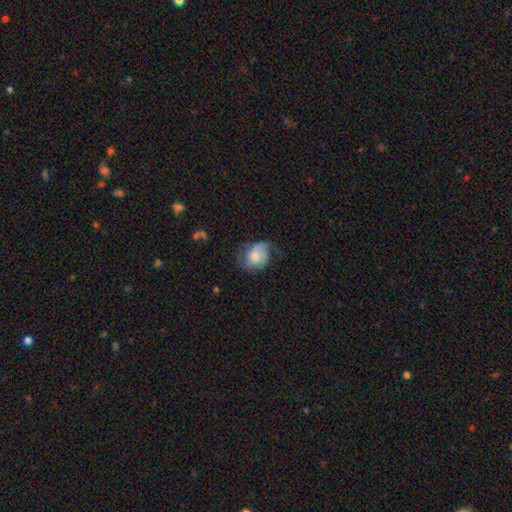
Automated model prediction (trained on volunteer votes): Overall: smooth (50%; featured or disk 42%). How rounded: round (51%; in between 48%). Merging: none (44%; minor disturbance 35%).